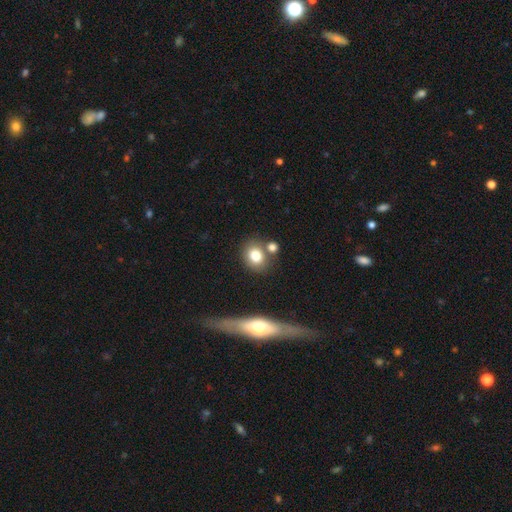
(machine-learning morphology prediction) type=smooth (80%); roundness=round (62%); merging=none (65%).